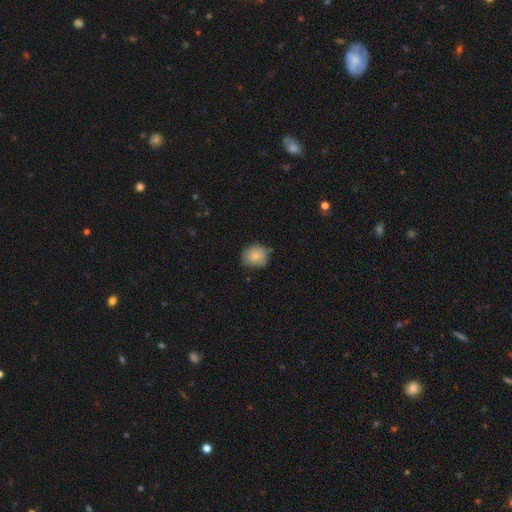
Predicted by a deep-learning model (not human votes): Smooth or featured? smooth (83%)
How rounded? round (77%)
Merging? none (74%)